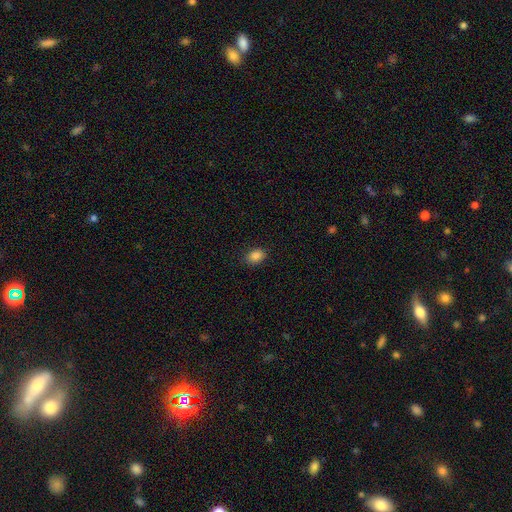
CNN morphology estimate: This is clearly a smooth galaxy (87%). How rounded: likely in between (77%). Merging: clearly none (87%).